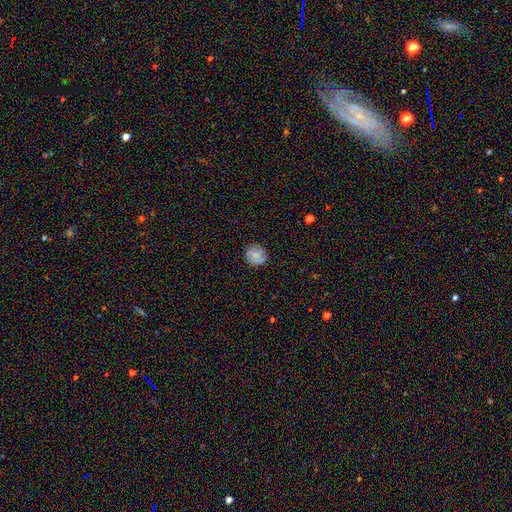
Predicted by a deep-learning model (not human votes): Smooth or featured? Predicted: smooth (p=0.69). How rounded? Predicted: round (p=0.83). Merging? Predicted: none (p=0.78).